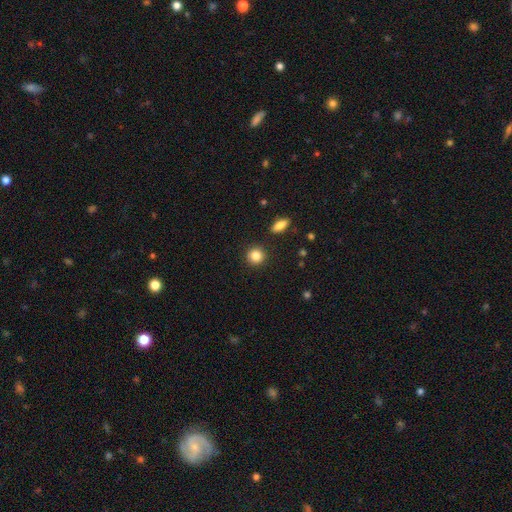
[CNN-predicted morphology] Smooth or featured?
  - smooth: 84% *
  - star or artifact: 10%
  - featured or disk: 6%
How rounded?
  - round: 90% *
  - in between: 9%
  - cigar-shaped: 1%
Merging?
  - none: 89% *
  - minor disturbance: 7%
  - merger: 2%
  - major disturbance: 2%